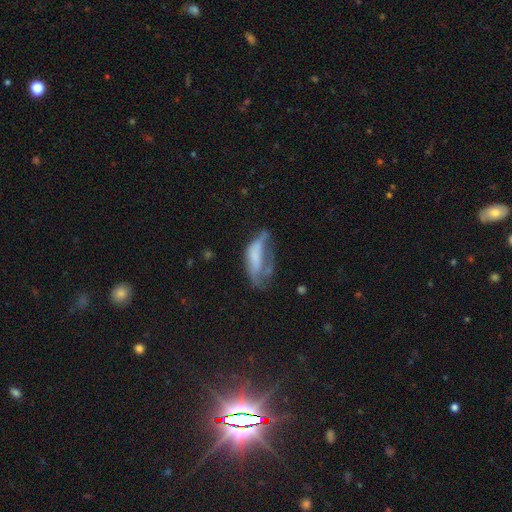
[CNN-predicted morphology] Q: Smooth or featured?
A: smooth (48%); runner-up: featured or disk (40%)
Q: Merging?
A: major disturbance (45%); runner-up: minor disturbance (23%)